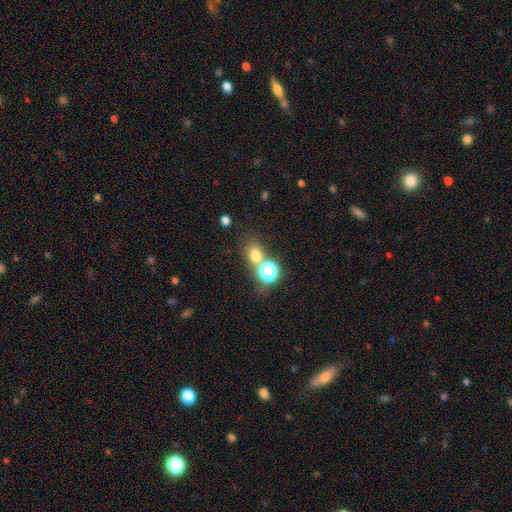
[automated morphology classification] Smooth or featured: smooth — 68% (star or artifact — 23%)
How rounded: round — 61% (in between — 37%)
Merging: none — 59% (merger — 27%)